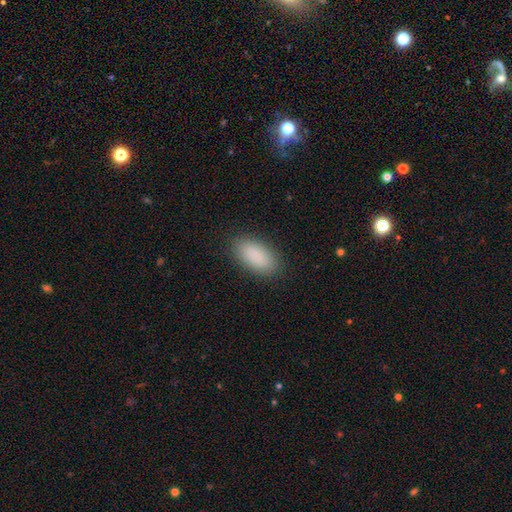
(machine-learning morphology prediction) Smooth or featured? smooth (89%)
How rounded? in between (92%)
Merging? none (87%)